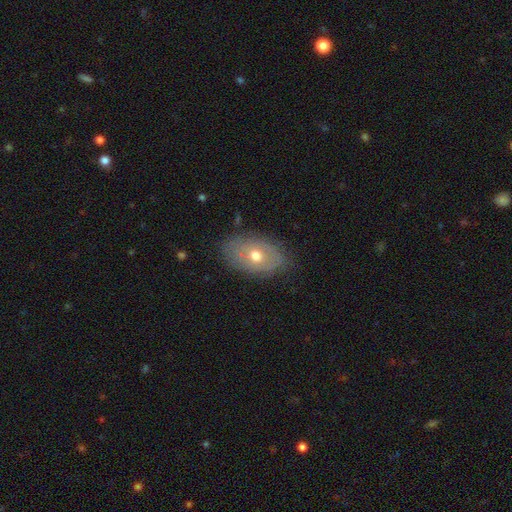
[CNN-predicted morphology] This is possibly a smooth galaxy (51%). How rounded: clearly in between (87%). Merging: likely none (76%).